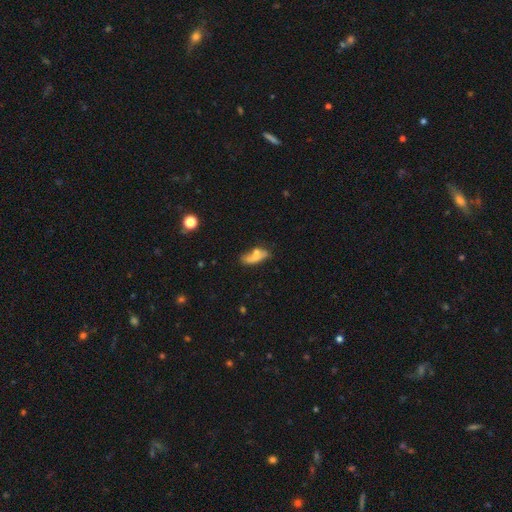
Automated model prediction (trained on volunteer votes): A smooth galaxy with no disk features (64%) that is in between round and cigar-shaped (72%). Merging: none (42%).